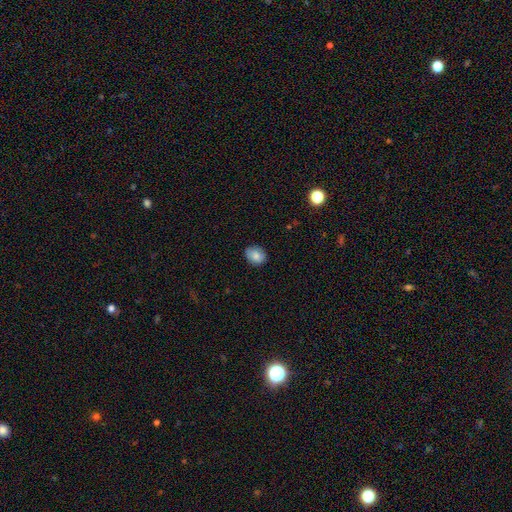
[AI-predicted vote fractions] This is clearly a smooth galaxy (82%). How rounded: possibly round (56%). Merging: clearly none (81%).